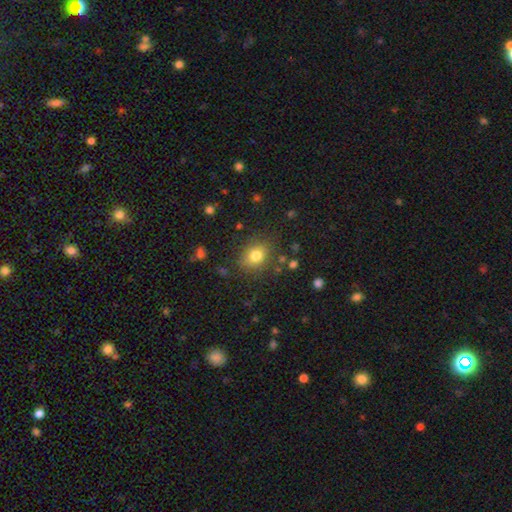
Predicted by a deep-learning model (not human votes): A smooth galaxy with no disk features (79%) that is round (60%).

Vote fractions:
- Smooth or featured? smooth: 79% / star or artifact: 13% / featured or disk: 8%
- How rounded? round: 60% / in between: 39% / cigar-shaped: 1%
- Merging? none: 82% / minor disturbance: 12% / major disturbance: 4% / merger: 2%